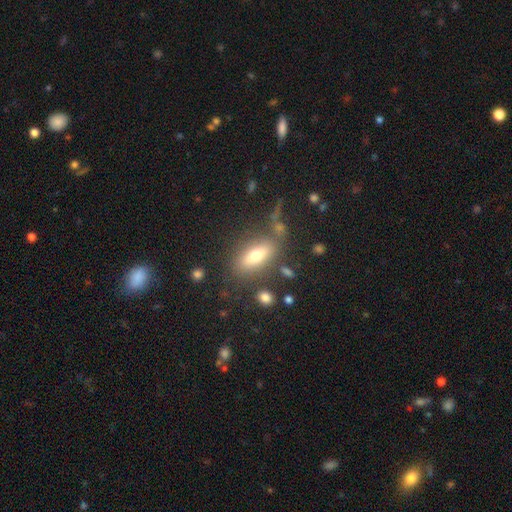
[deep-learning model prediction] Smooth or featured?
  - smooth: 66% *
  - featured or disk: 24%
  - star or artifact: 9%
How rounded?
  - in between: 74% *
  - cigar-shaped: 22%
  - round: 4%
Merging?
  - none: 76% *
  - minor disturbance: 13%
  - merger: 6%
  - major disturbance: 6%